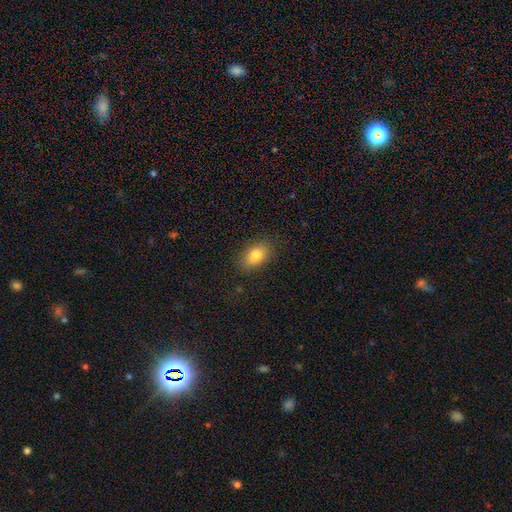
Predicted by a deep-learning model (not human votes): Overall: smooth (81%). How rounded: in between (81%). Merging: none (85%).